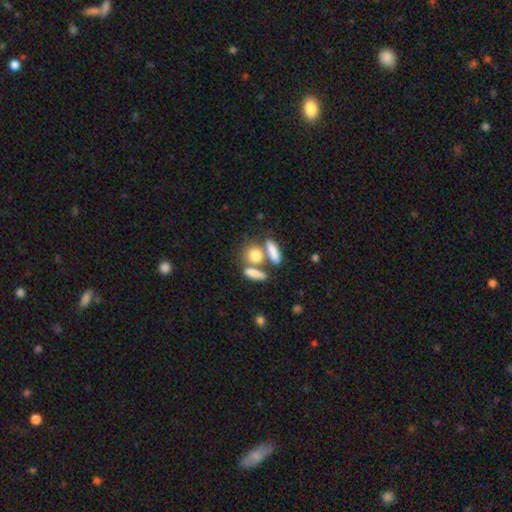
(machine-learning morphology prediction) Smooth or featured?
  - smooth: 77% *
  - featured or disk: 14%
  - star or artifact: 9%
How rounded?
  - in between: 48% *
  - round: 35%
  - cigar-shaped: 17%
Merging?
  - none: 45% *
  - merger: 39%
  - minor disturbance: 10%
  - major disturbance: 6%